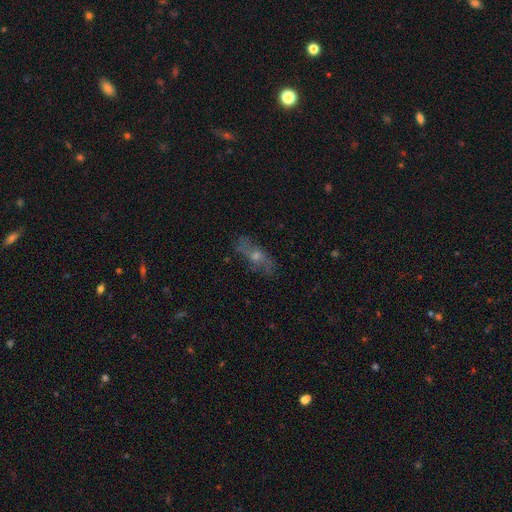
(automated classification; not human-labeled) Smooth or featured? featured or disk (56%)
Edge-on disk? no (70%)
Merging? none (70%)